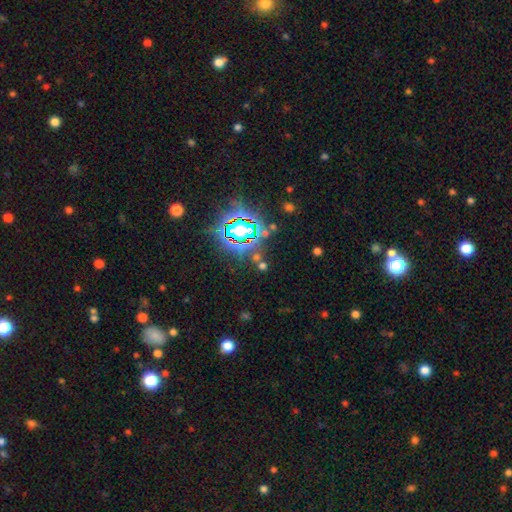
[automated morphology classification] Overall: star or artifact (76%).